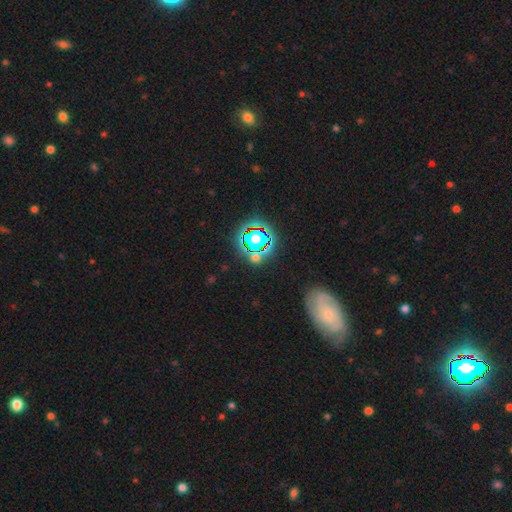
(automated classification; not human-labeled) smooth-or-featured: star or artifact: 61% | smooth: 22% | featured or disk: 18%